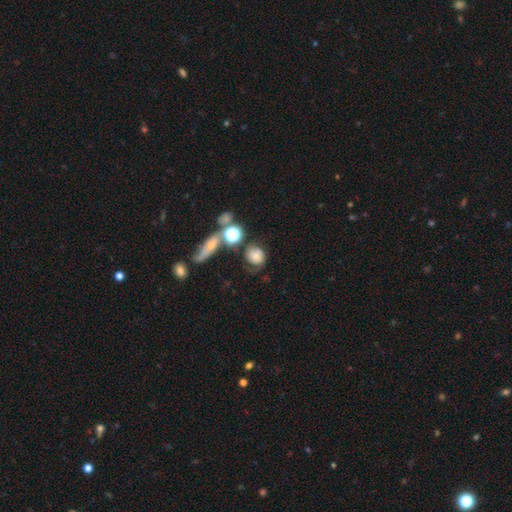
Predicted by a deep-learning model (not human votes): The model was most divided on "merging": none: 47%, minor disturbance: 21%, major disturbance: 16%, merger: 16%. More confident: how rounded — round (71%); smooth or featured — smooth (59%).